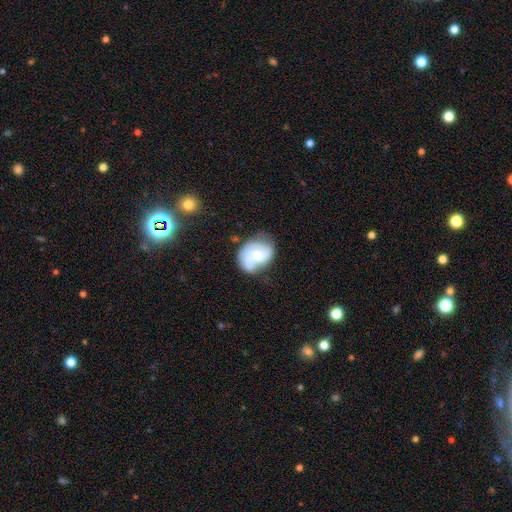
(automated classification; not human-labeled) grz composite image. It shows a featured or disk galaxy (67%) with no bar (65%), 2 (50%) medium (43%) spiral arms (88%) and a moderate central bulge (43%). Merging: none (52%).